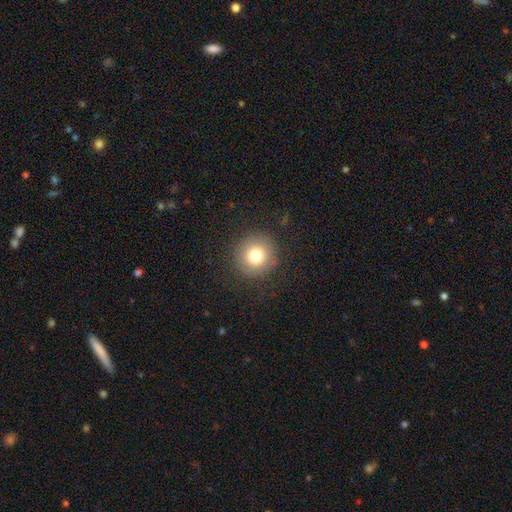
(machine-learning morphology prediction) Smooth or featured? smooth (78%)
How rounded? round (95%)
Merging? none (88%)